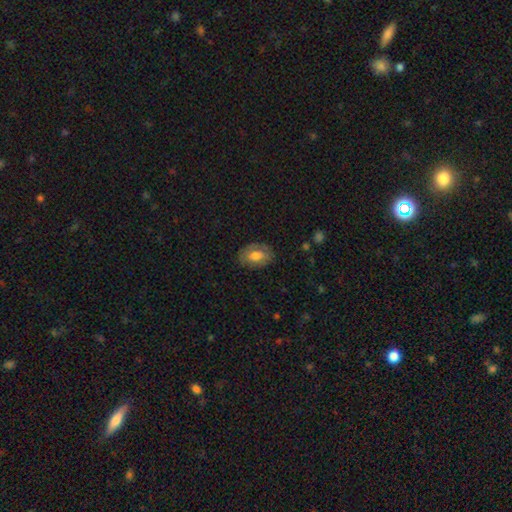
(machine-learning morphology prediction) type=smooth (62%); roundness=in between (81%); merging=none (77%).